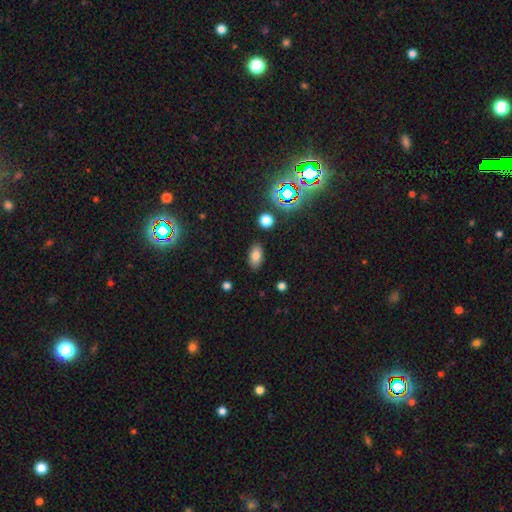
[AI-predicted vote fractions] The model was most divided on "smooth or featured": smooth: 79%, star or artifact: 13%, featured or disk: 8%. More confident: how rounded — in between (91%); merging — none (87%).